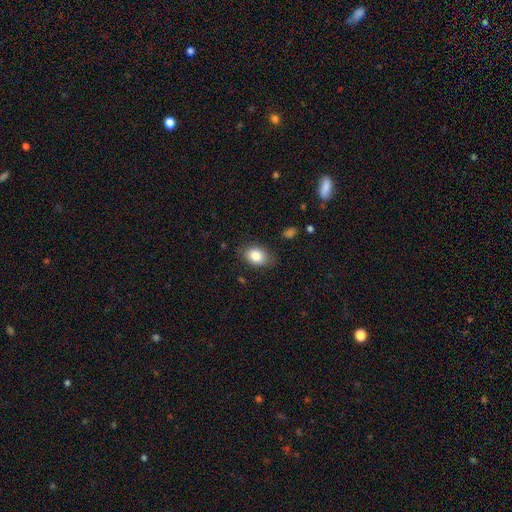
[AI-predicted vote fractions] This is clearly a smooth galaxy (84%). How rounded: likely in between (79%). Merging: clearly none (80%).